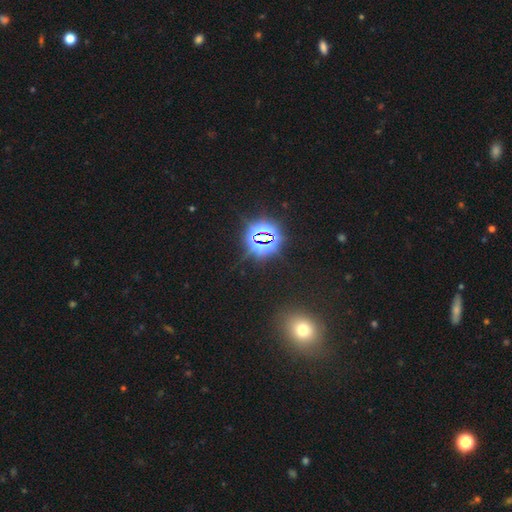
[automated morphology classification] smooth-or-featured: star or artifact: 76% | smooth: 16% | featured or disk: 8%